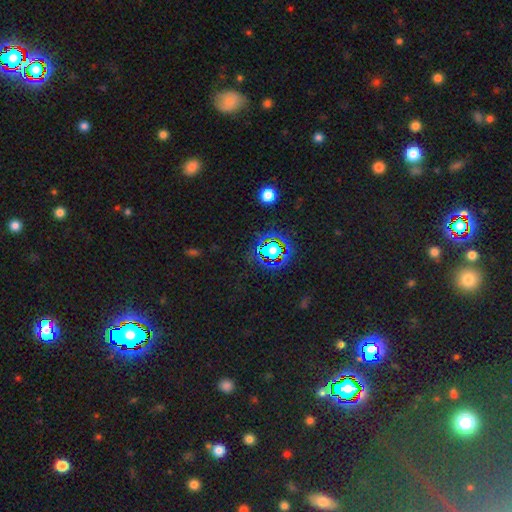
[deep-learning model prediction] Smooth or featured?
  - star or artifact: 78% *
  - smooth: 14%
  - featured or disk: 8%